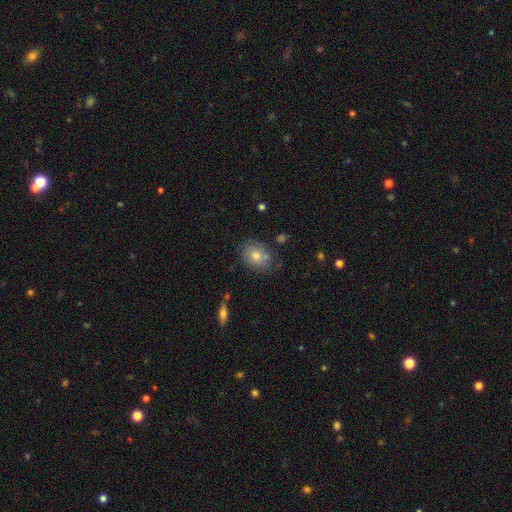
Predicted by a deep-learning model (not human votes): The model was most divided on "how rounded": in between: 65%, round: 34%, cigar-shaped: 1%. More confident: merging — none (70%); smooth or featured — smooth (65%).